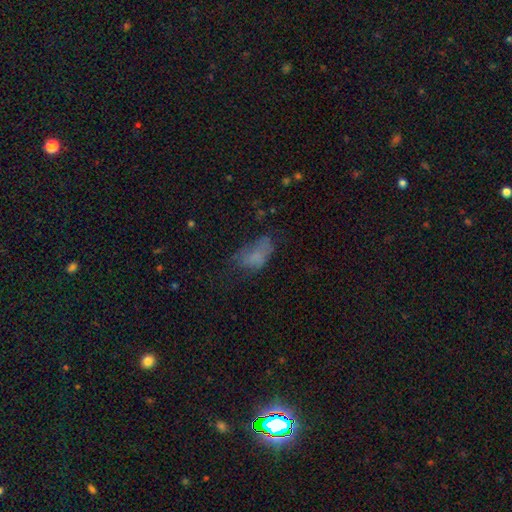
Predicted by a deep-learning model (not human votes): smooth-or-featured: smooth: 62% | featured or disk: 23% | star or artifact: 15%
  how-rounded: in between: 88% | round: 7% | cigar-shaped: 4%
  merging: none: 35% | major disturbance: 32% | minor disturbance: 28% | merger: 4%